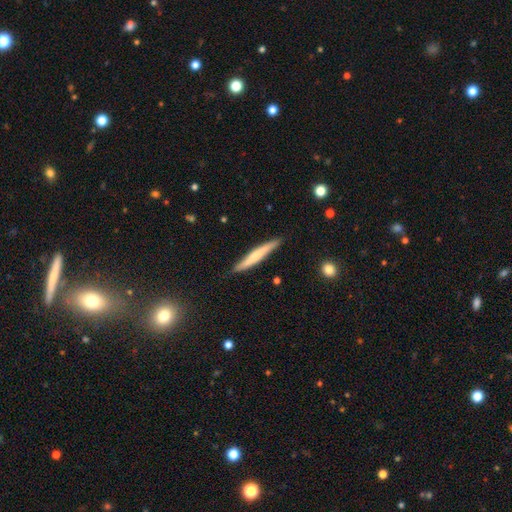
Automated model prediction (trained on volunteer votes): Morphology: type=smooth (56%); roundness=cigar-shaped (95%); merging=none (85%).